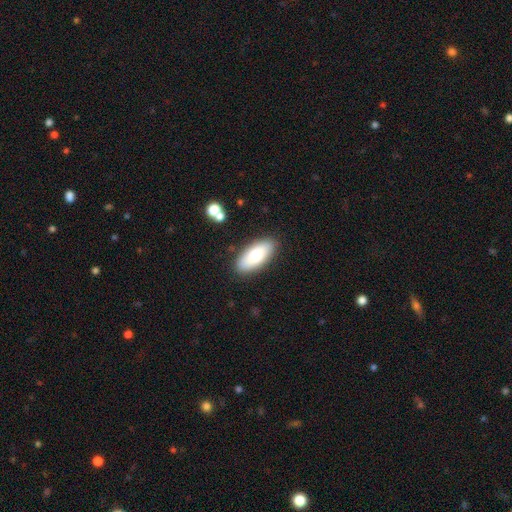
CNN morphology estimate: Smooth or featured: smooth — 73% (featured or disk — 20%)
How rounded: in between — 87% (cigar-shaped — 11%)
Merging: none — 87% (minor disturbance — 9%)